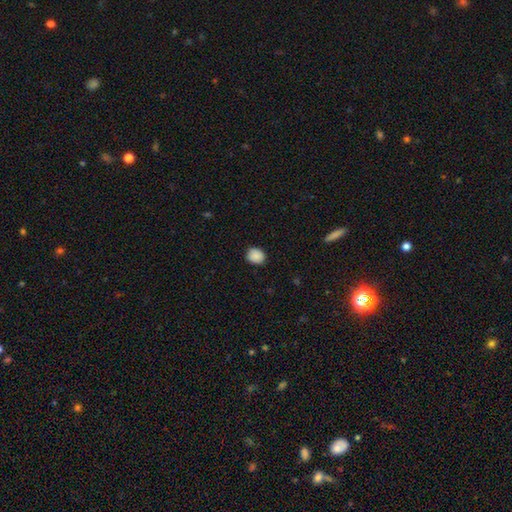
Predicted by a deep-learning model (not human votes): This appears to be a smooth galaxy with no disk features (88%) that is round (68%). Merging: none (87%).